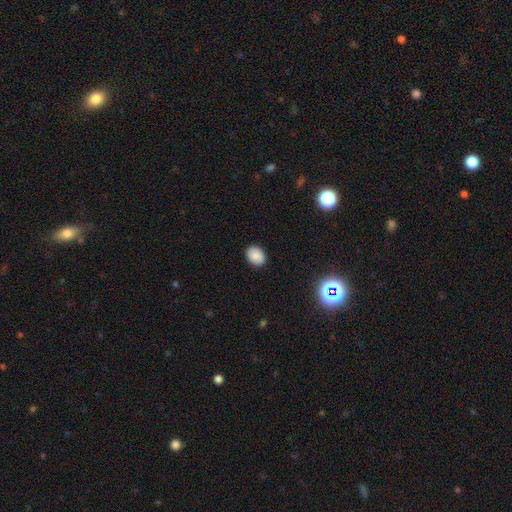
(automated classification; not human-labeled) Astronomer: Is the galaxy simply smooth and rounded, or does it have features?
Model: smooth — 87%.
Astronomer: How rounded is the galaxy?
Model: in between — 60% (runner-up: round, 40%).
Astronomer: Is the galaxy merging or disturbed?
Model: none — 89%.